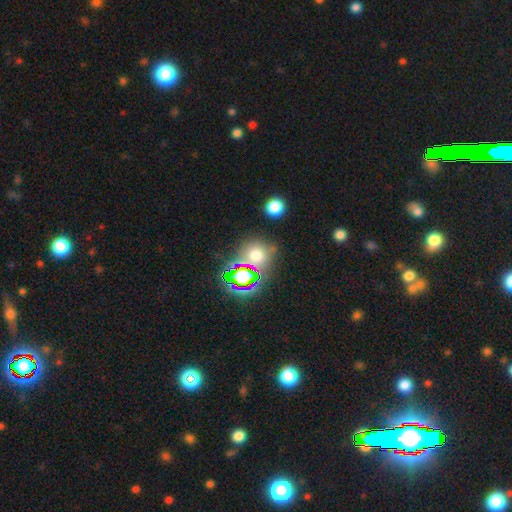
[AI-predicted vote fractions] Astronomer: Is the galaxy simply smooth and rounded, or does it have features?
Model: smooth — 53% (runner-up: star or artifact, 36%).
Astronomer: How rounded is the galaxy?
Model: round — 85%.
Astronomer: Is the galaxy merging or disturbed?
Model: none — 69%.